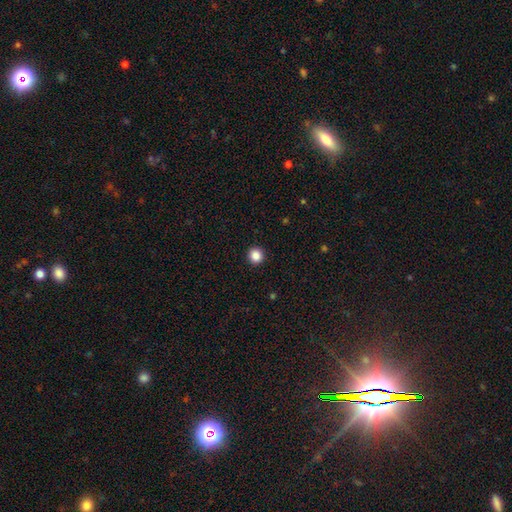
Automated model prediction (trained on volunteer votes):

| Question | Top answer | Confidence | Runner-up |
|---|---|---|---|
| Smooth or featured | smooth | 86% | star or artifact (11%) |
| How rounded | round | 95% | in between (4%) |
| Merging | none | 94% | minor disturbance (4%) |